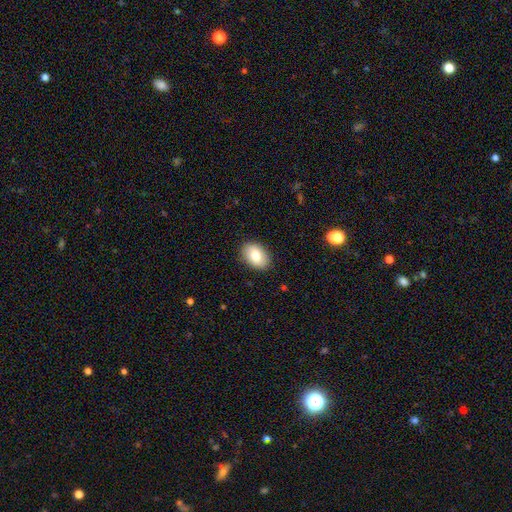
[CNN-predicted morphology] Smooth or featured? smooth (79%)
How rounded? in between (82%)
Merging? none (88%)